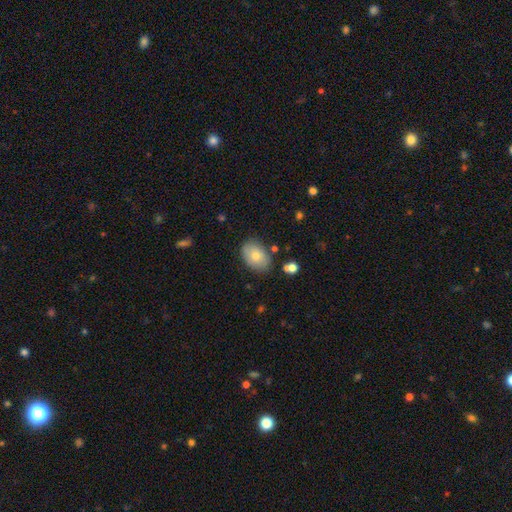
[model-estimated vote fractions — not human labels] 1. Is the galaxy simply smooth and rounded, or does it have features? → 74% smooth, 18% featured or disk, 8% star or artifact.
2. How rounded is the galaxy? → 84% in between, 14% round, 1% cigar-shaped.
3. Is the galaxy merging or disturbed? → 80% none, 14% minor disturbance, 3% major disturbance, 3% merger.